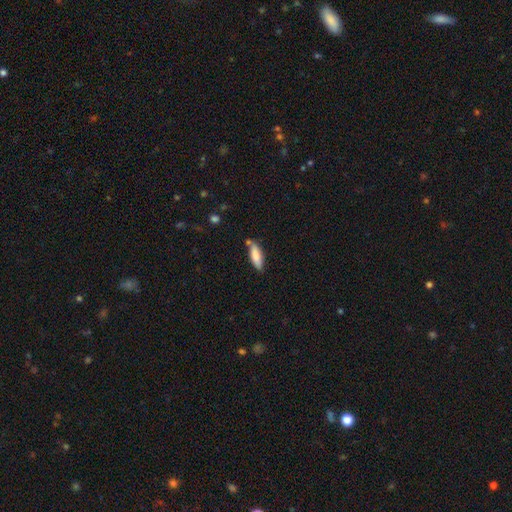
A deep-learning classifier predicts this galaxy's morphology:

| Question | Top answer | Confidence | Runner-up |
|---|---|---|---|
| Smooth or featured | smooth | 82% | featured or disk (12%) |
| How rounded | in between | 56% | cigar-shaped (42%) |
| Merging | none | 73% | minor disturbance (17%) |